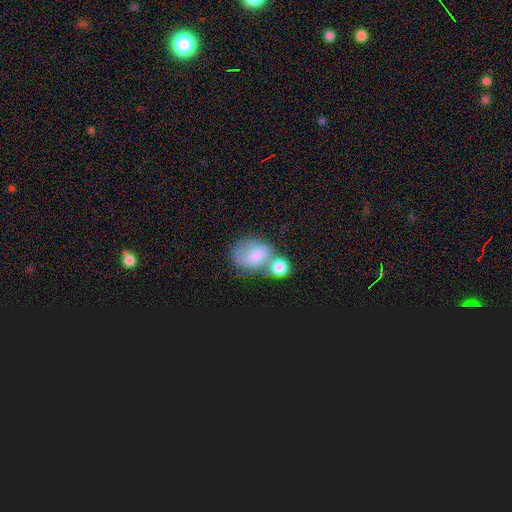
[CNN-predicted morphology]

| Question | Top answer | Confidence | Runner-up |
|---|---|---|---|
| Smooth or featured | smooth | 68% | featured or disk (22%) |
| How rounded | in between | 60% | round (39%) |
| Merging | merger | 45% | none (27%) |